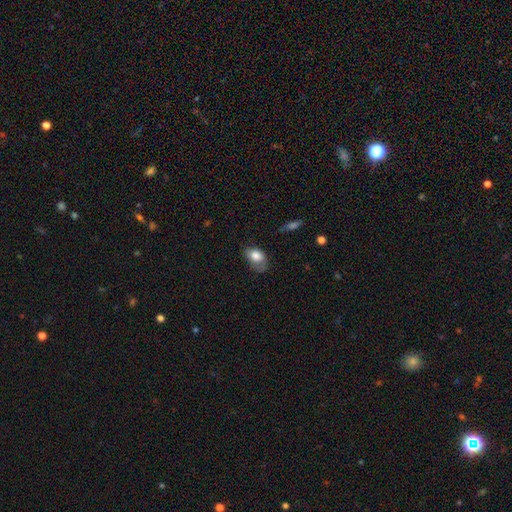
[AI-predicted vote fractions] A smooth galaxy with no disk features (77%) that is in between round and cigar-shaped (84%). Merging: minor disturbance (38%).